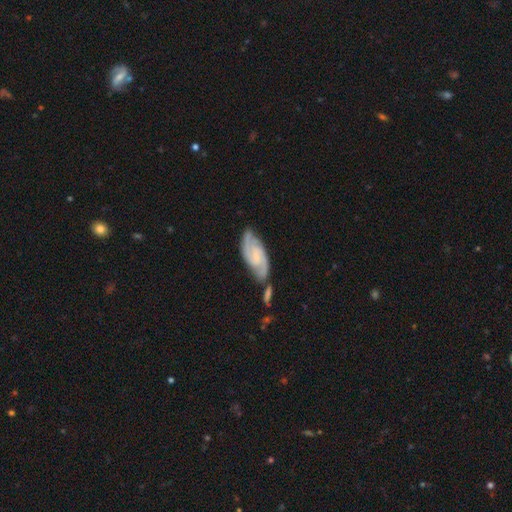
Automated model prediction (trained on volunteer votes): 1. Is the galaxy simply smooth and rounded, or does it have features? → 81% featured or disk, 14% smooth, 6% star or artifact.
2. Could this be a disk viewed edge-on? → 95% no, 5% yes.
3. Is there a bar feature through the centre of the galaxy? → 44% no, 43% weak, 13% strong.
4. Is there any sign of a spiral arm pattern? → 97% yes, 3% no.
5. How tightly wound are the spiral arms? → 47% medium, 38% tight, 15% loose.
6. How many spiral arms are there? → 84% 2, 6% can't tell, 6% 3, 2% 1, 1% 4, 1% more than 4.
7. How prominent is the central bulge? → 50% small, 30% none, 17% moderate, 2% large, 1% dominant.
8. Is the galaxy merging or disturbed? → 61% none, 19% minor disturbance, 15% merger, 6% major disturbance.